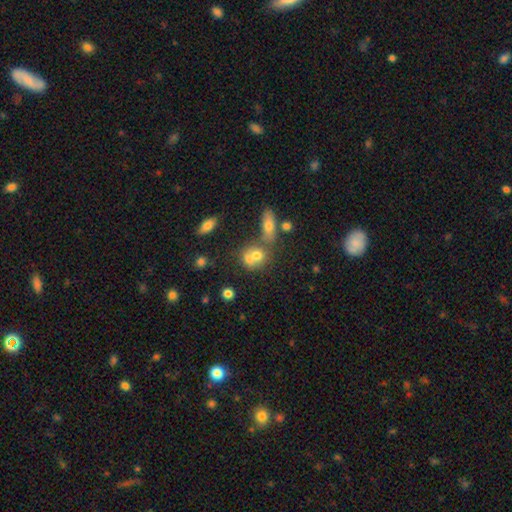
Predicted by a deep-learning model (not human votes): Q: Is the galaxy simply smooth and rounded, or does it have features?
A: smooth — 68%.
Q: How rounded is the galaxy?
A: round — 62%.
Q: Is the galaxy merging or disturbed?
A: merger — 53%.